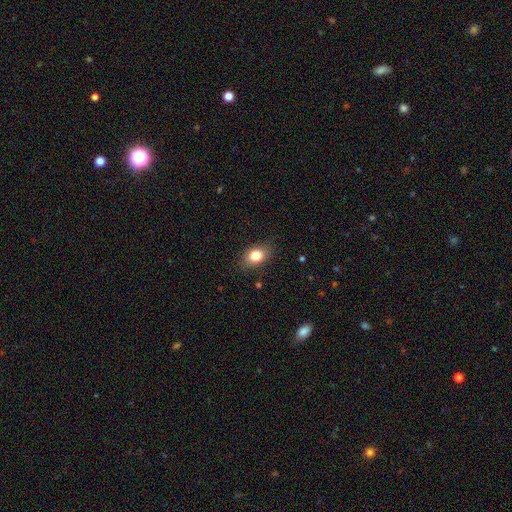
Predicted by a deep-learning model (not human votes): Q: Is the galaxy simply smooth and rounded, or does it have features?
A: smooth — 82%.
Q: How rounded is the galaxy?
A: in between — 73%.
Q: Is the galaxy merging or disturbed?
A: none — 82%.